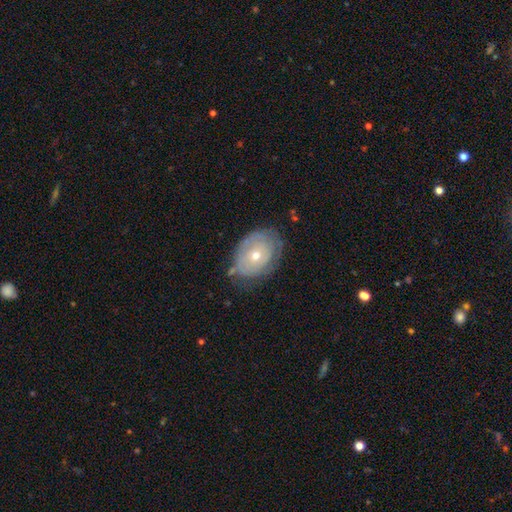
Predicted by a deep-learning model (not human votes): featured or disk 58%, smooth 35%, star or artifact 7%. Down the decision tree: edge-on disk — no (94%); bar — no (86%); spiral arms — yes (51%); bulge size — small (49%); merging — none (62%).